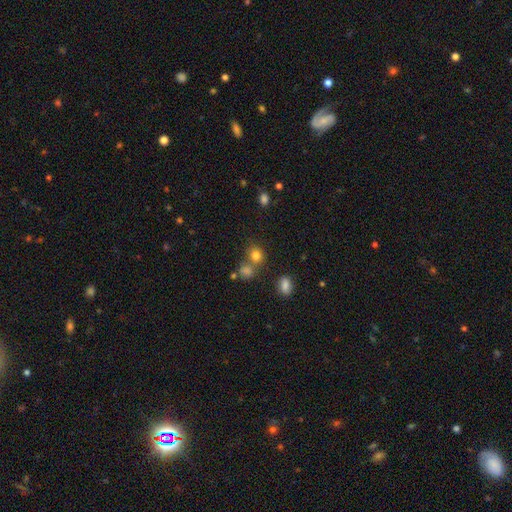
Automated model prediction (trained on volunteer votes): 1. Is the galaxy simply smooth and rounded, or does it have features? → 79% smooth, 14% star or artifact, 7% featured or disk.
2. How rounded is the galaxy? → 75% round, 23% in between, 1% cigar-shaped.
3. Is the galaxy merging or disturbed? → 59% none, 26% merger, 10% minor disturbance, 4% major disturbance.